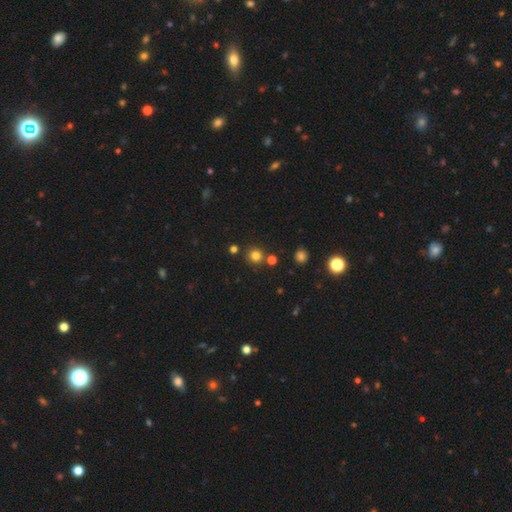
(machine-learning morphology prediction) Q: Smooth or featured?
A: smooth (78%); runner-up: star or artifact (17%)
Q: How rounded?
A: round (92%); runner-up: in between (7%)
Q: Merging?
A: none (82%); runner-up: merger (9%)